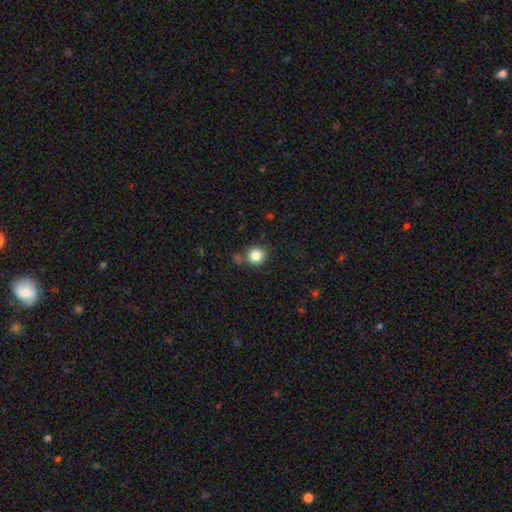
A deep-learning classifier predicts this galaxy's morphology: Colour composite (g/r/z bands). It shows a smooth galaxy with no disk features (83%) that is round (88%). Merging: none (74%).